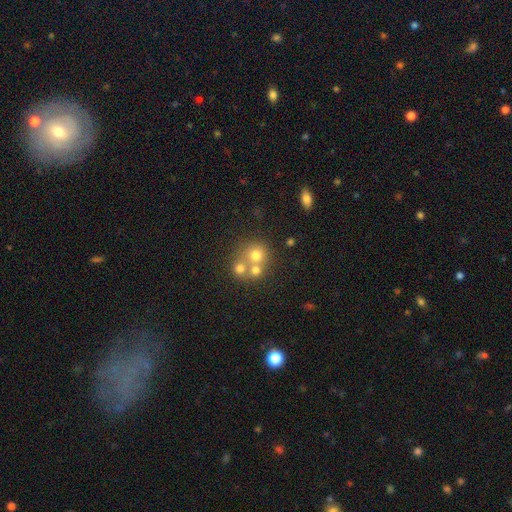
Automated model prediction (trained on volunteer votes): Overall: smooth (65%). How rounded: round (84%). Merging: merger (51%; none 39%).